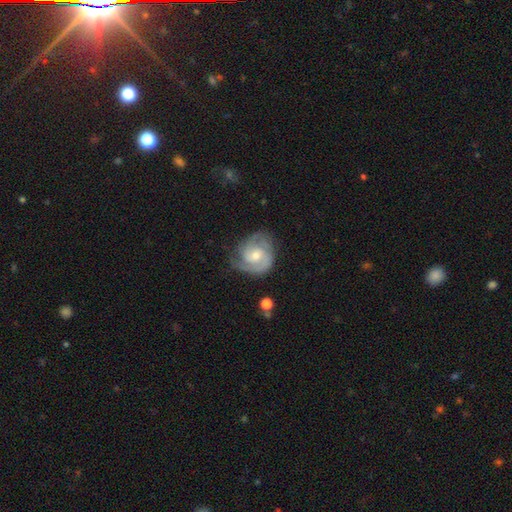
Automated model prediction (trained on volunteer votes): Smooth or featured? featured or disk (84%)
Edge-on disk? no (98%)
Bar? no (57%)
Spiral arms? yes (96%)
Spiral winding? tight (53%)
Spiral arm count? 2 (56%)
Bulge size? moderate (53%)
Merging? none (69%)